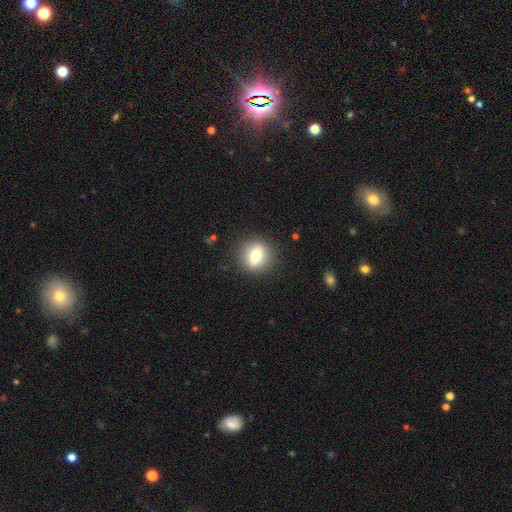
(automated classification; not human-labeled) smooth 70%, featured or disk 21%, star or artifact 9%. Down the decision tree: how rounded — round (70%); merging — none (89%).